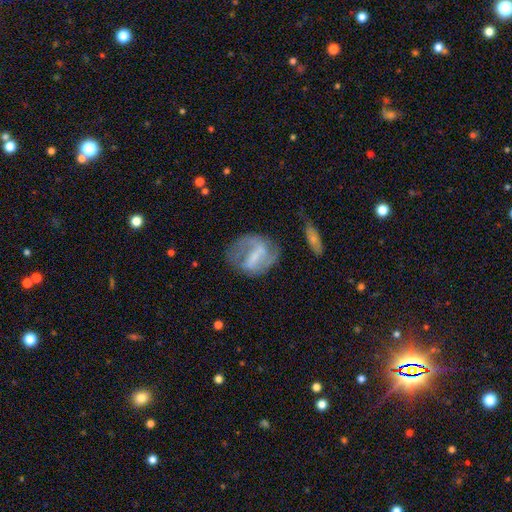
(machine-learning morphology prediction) Smooth or featured? Predicted: featured or disk (p=0.70). Edge-on disk? Predicted: no (p=0.96). Bar? Predicted: strong (p=0.52). Spiral arms? Predicted: yes (p=0.69). Bulge size? Predicted: none (p=0.39). Merging? Predicted: none (p=0.53).